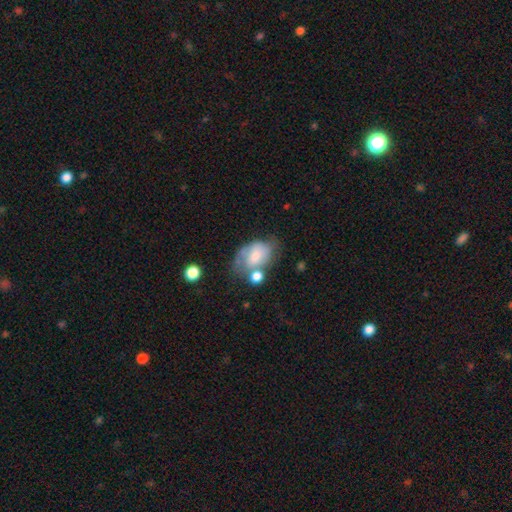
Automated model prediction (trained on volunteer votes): The model was most divided on "merging": none: 33%, minor disturbance: 26%, merger: 22%, major disturbance: 18%. More confident: how rounded — in between (80%); smooth or featured — smooth (59%).